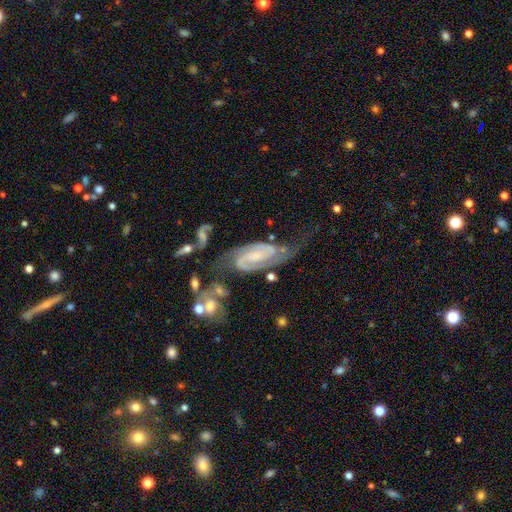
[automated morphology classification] A featured or disk galaxy (89%) with a weak bar (44%), 2 (90%) medium (47%) spiral arms (98%) and a small central bulge (49%).

Vote fractions:
- Smooth or featured? featured or disk: 89% / smooth: 6% / star or artifact: 6%
- Edge-on disk? no: 96% / yes: 4%
- Bar? weak: 44% / no: 32% / strong: 24%
- Spiral arms? yes: 98% / no: 2%
- Spiral winding? medium: 47% / tight: 41% / loose: 12%
- Spiral arm count? 2: 90% / can't tell: 4% / 3: 2% / 1: 2% / 4: 1% / more than 4: 1%
- Bulge size? small: 49% / moderate: 25% / none: 21% / large: 4% / dominant: 1%
- Merging? none: 51% / minor disturbance: 22% / major disturbance: 16% / merger: 11%